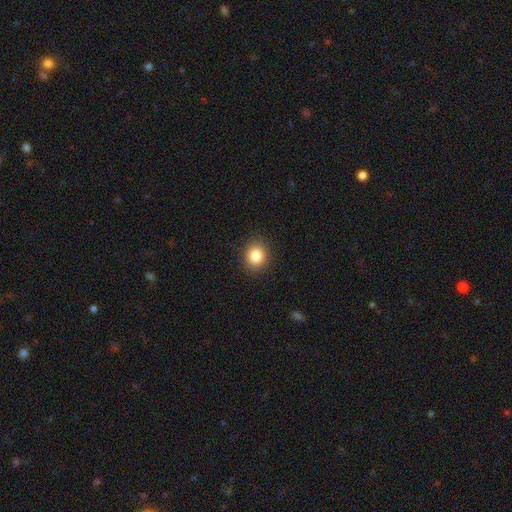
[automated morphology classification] Overall: smooth (84%). How rounded: round (75%). Merging: none (90%).